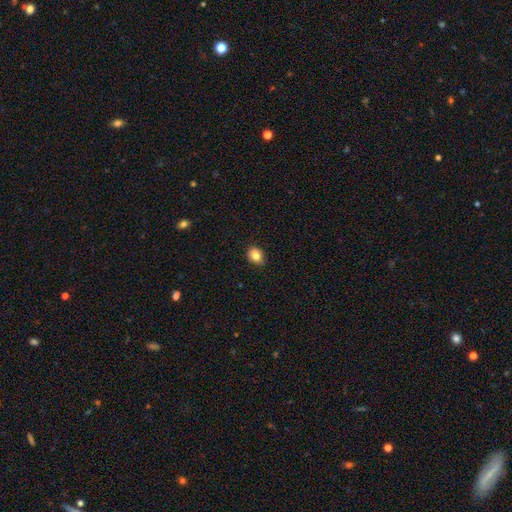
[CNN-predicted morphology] smooth-or-featured: smooth: 83% | star or artifact: 10% | featured or disk: 8%
  how-rounded: in between: 57% | round: 42% | cigar-shaped: 1%
  merging: none: 84% | minor disturbance: 13% | major disturbance: 2% | merger: 1%